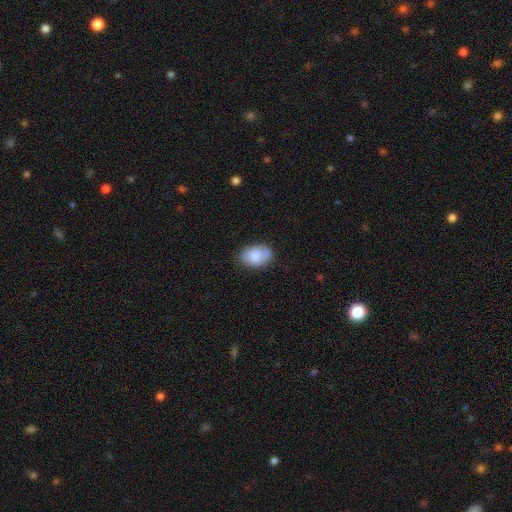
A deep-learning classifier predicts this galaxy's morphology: smooth-or-featured: smooth: 81% | featured or disk: 12% | star or artifact: 7%
  how-rounded: in between: 86% | round: 13% | cigar-shaped: 1%
  merging: none: 73% | minor disturbance: 20% | major disturbance: 4% | merger: 3%